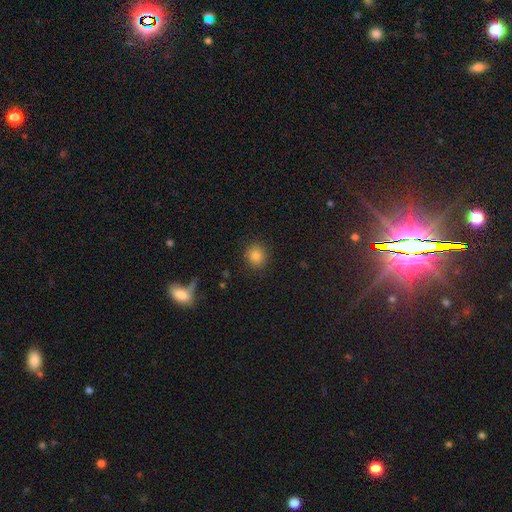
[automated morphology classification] Smooth or featured: smooth — 83% (star or artifact — 12%)
How rounded: round — 88% (in between — 11%)
Merging: none — 90% (minor disturbance — 7%)